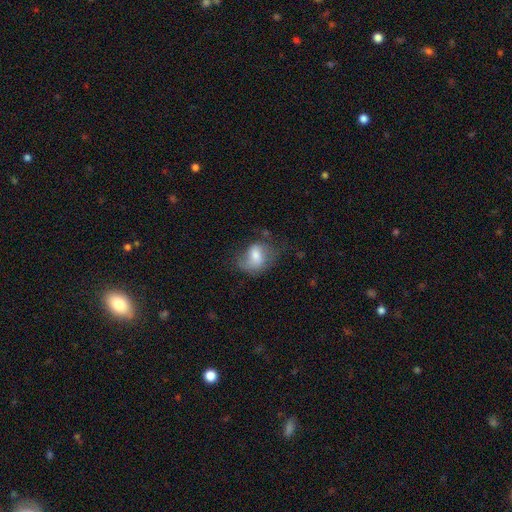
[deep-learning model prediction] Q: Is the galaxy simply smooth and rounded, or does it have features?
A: smooth — 62%.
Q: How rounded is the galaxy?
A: in between — 67%.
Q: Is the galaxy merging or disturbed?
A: none — 37%.